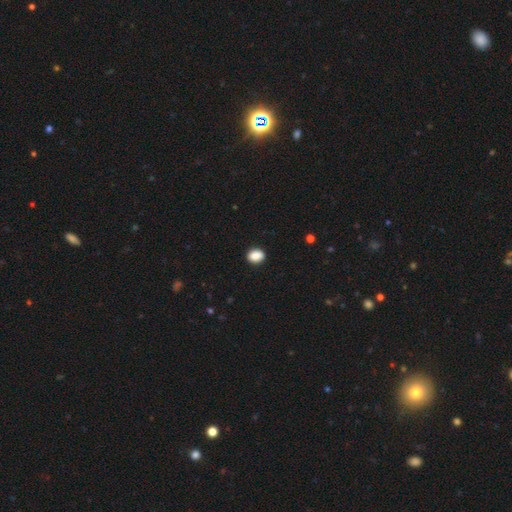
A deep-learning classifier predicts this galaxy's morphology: A smooth galaxy with no disk features (88%) that is in between round and cigar-shaped (62%).

Vote fractions:
- Smooth or featured? smooth: 88% / star or artifact: 8% / featured or disk: 3%
- How rounded? in between: 62% / round: 37% / cigar-shaped: 1%
- Merging? none: 89% / minor disturbance: 8% / major disturbance: 2% / merger: 1%